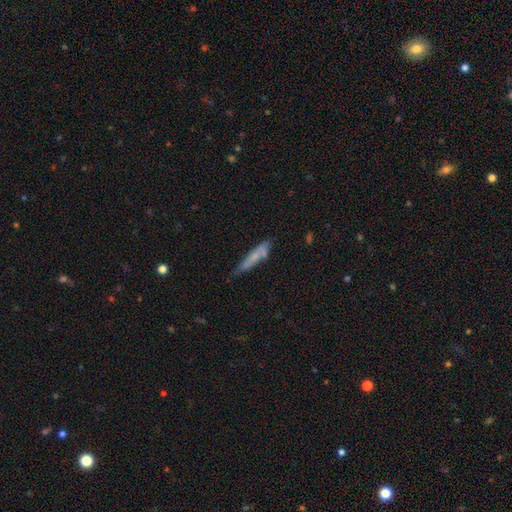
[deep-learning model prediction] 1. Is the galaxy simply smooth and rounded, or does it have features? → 60% smooth, 32% featured or disk, 7% star or artifact.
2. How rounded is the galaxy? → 85% cigar-shaped, 13% in between, 2% round.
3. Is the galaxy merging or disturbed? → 58% none, 27% minor disturbance, 8% merger, 7% major disturbance.